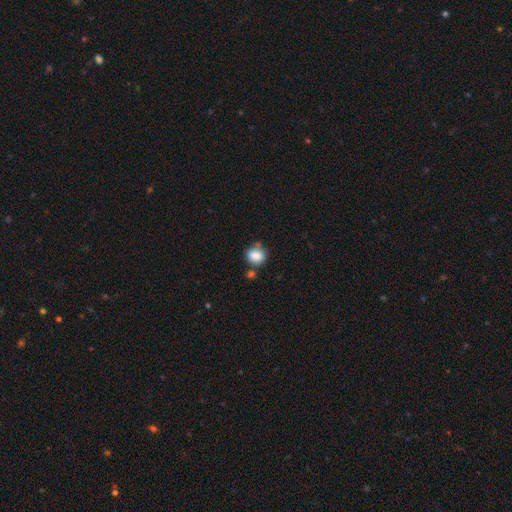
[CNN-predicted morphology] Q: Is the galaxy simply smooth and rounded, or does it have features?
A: smooth — 84%.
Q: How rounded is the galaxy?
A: round — 57%.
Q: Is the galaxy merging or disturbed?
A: none — 65%.